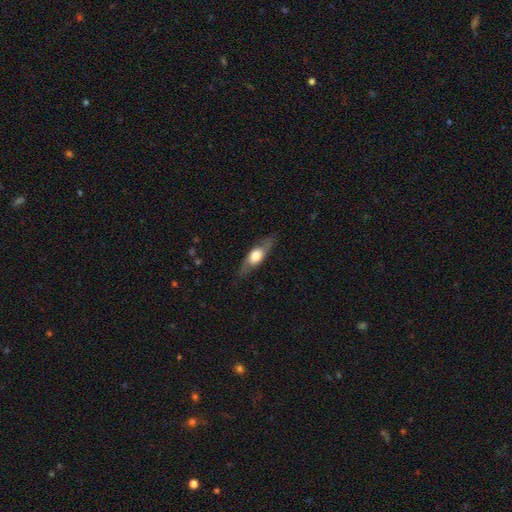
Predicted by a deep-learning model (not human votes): smooth_or_featured: featured or disk (p=0.51) [alt: smooth p=0.43]
disk_edge_on: yes (p=0.74) [alt: no p=0.26]
merging: none (p=0.80) [alt: minor disturbance p=0.14]